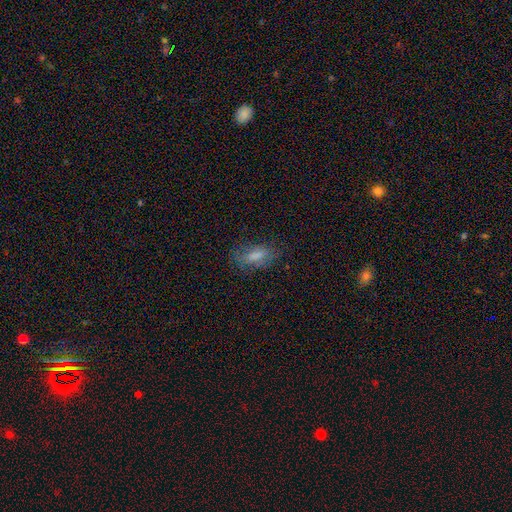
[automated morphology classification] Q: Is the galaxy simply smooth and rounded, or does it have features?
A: smooth — 72%.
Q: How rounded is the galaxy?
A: in between — 77%.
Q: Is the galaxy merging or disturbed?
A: none — 68%.